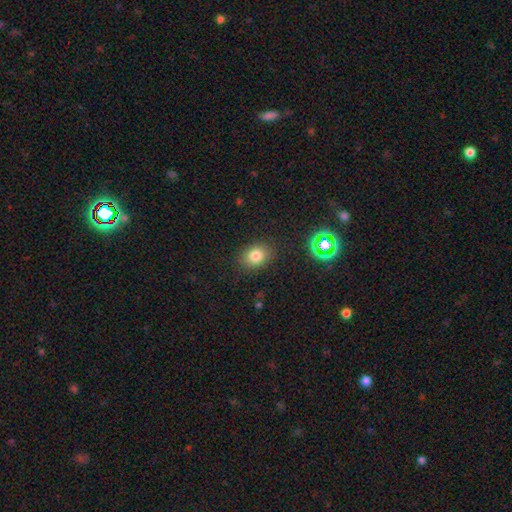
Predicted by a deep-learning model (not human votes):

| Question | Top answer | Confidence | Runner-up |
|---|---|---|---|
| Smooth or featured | smooth | 78% | star or artifact (14%) |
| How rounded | in between | 58% | round (41%) |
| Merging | none | 85% | minor disturbance (11%) |